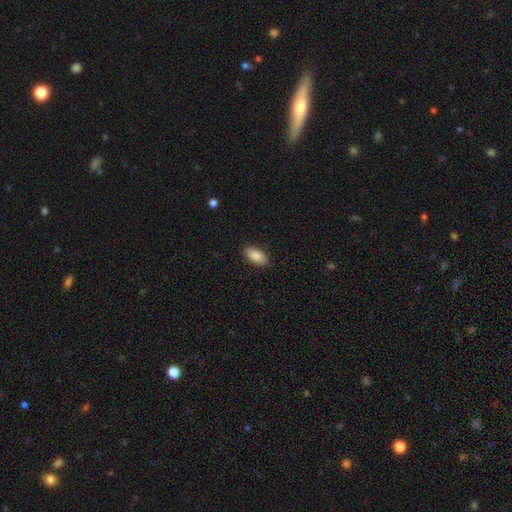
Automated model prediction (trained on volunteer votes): A smooth galaxy with no disk features (86%) that is in between round and cigar-shaped (89%).

Vote fractions:
- Smooth or featured? smooth: 86% / featured or disk: 8% / star or artifact: 6%
- How rounded? in between: 89% / cigar-shaped: 8% / round: 3%
- Merging? none: 88% / minor disturbance: 9% / major disturbance: 2% / merger: 1%